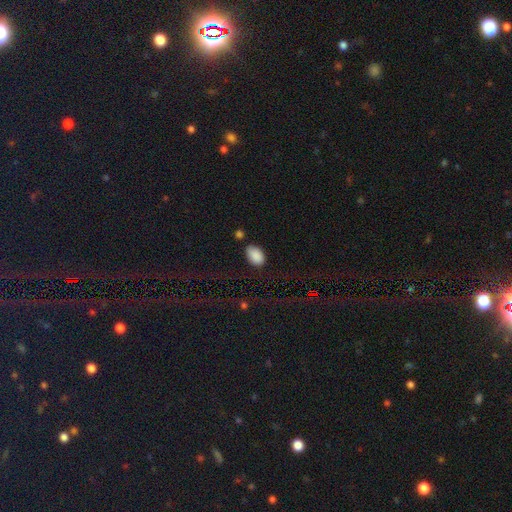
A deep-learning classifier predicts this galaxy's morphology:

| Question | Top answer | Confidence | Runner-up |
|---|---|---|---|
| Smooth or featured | smooth | 88% | star or artifact (8%) |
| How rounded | in between | 91% | round (8%) |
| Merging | none | 72% | minor disturbance (18%) |